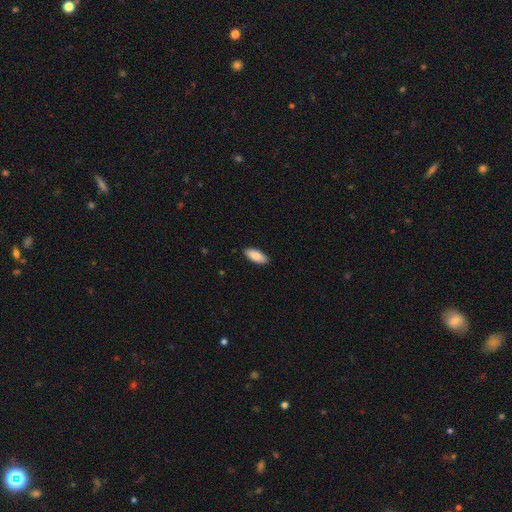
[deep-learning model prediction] The model was most divided on "how rounded": in between: 82%, cigar-shaped: 16%, round: 2%. More confident: merging — none (90%); smooth or featured — smooth (84%).